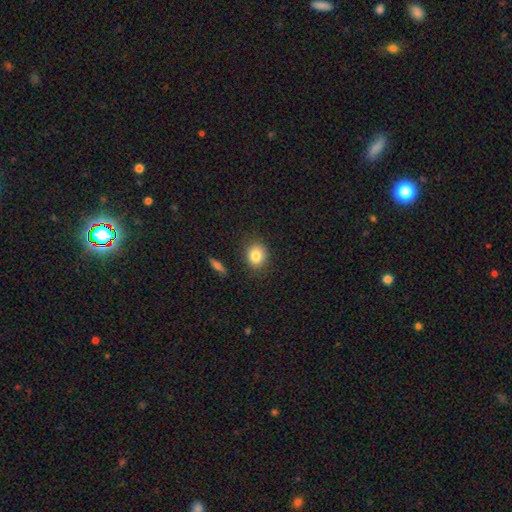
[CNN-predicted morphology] This appears to be a smooth galaxy with no disk features (83%) that is round (70%). Merging: none (85%).